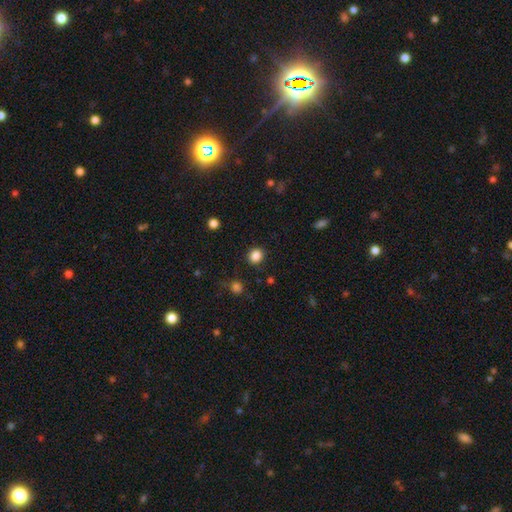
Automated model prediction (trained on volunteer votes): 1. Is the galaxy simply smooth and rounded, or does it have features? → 85% smooth, 11% star or artifact, 3% featured or disk.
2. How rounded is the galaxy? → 82% round, 17% in between, 1% cigar-shaped.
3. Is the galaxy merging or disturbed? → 88% none, 7% minor disturbance, 3% major disturbance, 2% merger.